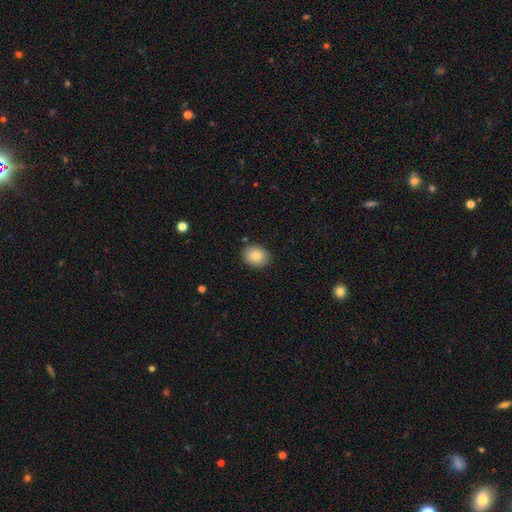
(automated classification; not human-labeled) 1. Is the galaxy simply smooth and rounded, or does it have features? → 83% smooth, 9% featured or disk, 8% star or artifact.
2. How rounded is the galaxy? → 54% round, 45% in between, 1% cigar-shaped.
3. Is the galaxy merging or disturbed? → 88% none, 9% minor disturbance, 2% major disturbance, 2% merger.